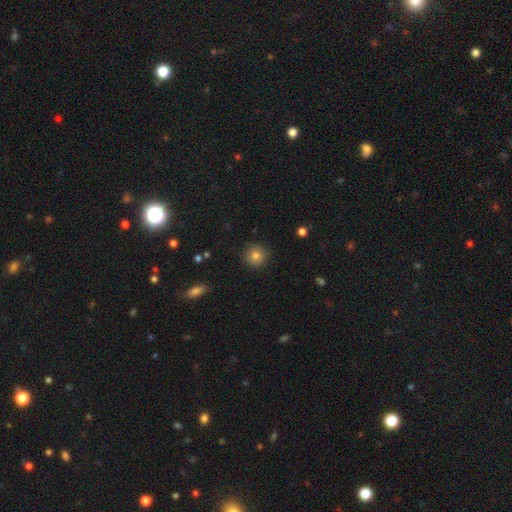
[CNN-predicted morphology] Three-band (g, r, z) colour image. It shows a smooth galaxy with no disk features (80%) that is round (94%). Merging: none (90%).